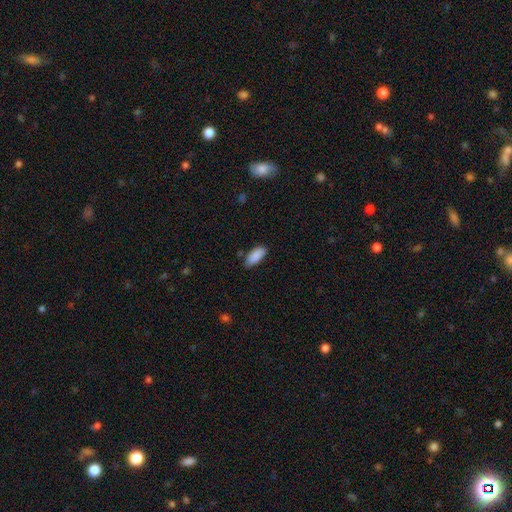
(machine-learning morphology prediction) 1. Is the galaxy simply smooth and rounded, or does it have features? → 90% smooth, 6% star or artifact, 4% featured or disk.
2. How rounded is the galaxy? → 87% in between, 11% cigar-shaped, 2% round.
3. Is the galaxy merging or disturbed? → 78% none, 17% minor disturbance, 3% major disturbance, 2% merger.